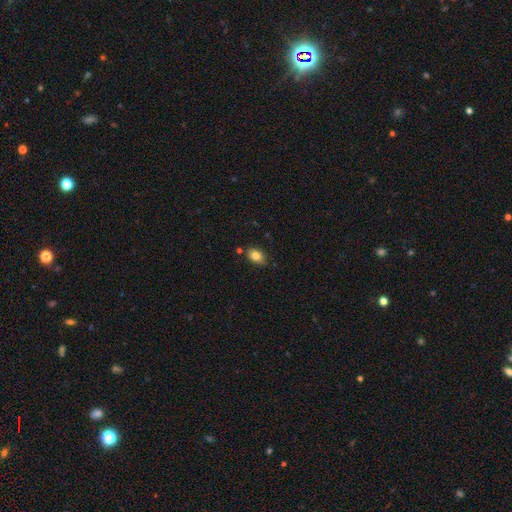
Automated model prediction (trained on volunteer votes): A smooth galaxy with no disk features (83%) that is in between round and cigar-shaped (85%). Merging: none (80%).